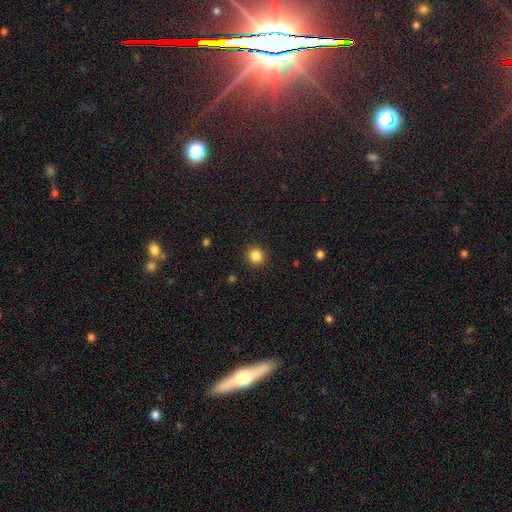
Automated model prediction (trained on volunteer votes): This is clearly a smooth galaxy (85%). How rounded: clearly round (88%). Merging: clearly none (91%).